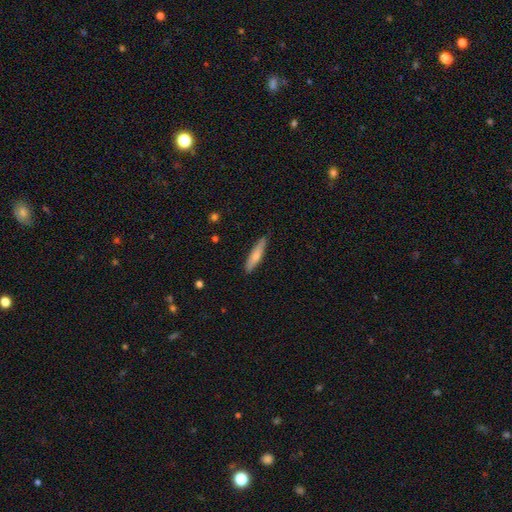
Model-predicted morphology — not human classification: smooth-or-featured: smooth: 66% | featured or disk: 29% | star or artifact: 6%
  how-rounded: cigar-shaped: 83% | in between: 15% | round: 2%
  merging: none: 85% | minor disturbance: 12% | major disturbance: 2% | merger: 1%